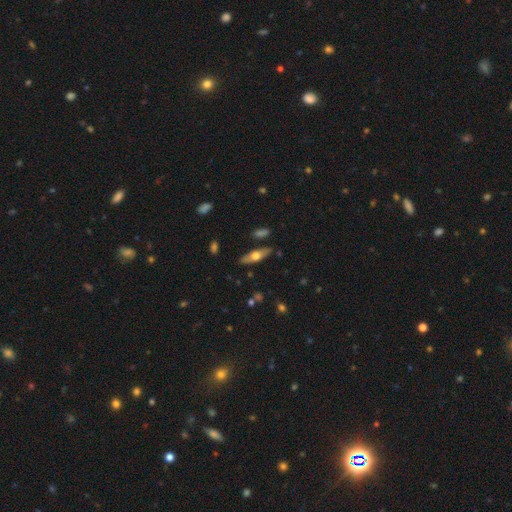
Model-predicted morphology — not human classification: A featured or disk galaxy (48%).

Vote fractions:
- Smooth or featured? featured or disk: 48% / smooth: 45% / star or artifact: 6%
- Merging? none: 84% / minor disturbance: 11% / major disturbance: 2% / merger: 2%